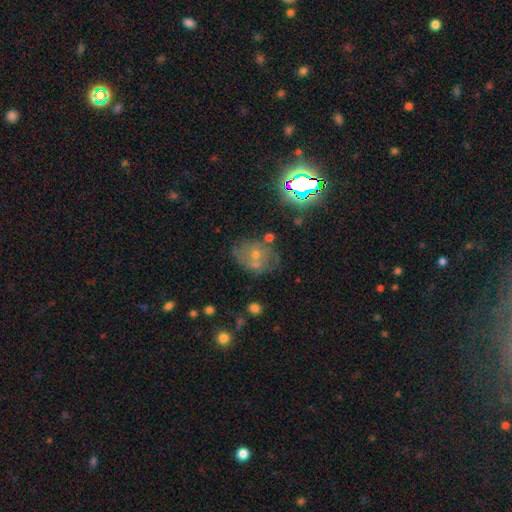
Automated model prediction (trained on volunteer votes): smooth_or_featured: smooth (p=0.40) [alt: featured or disk p=0.38]
merging: none (p=0.47) [alt: merger p=0.21]